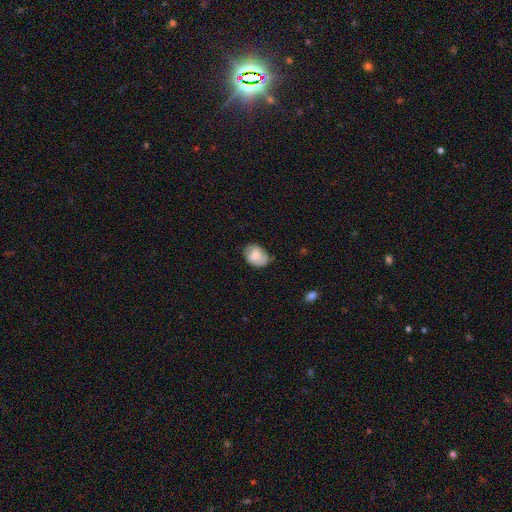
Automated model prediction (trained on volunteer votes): Smooth or featured? Predicted: smooth (p=0.71). How rounded? Predicted: in between (p=0.71). Merging? Predicted: none (p=0.60).